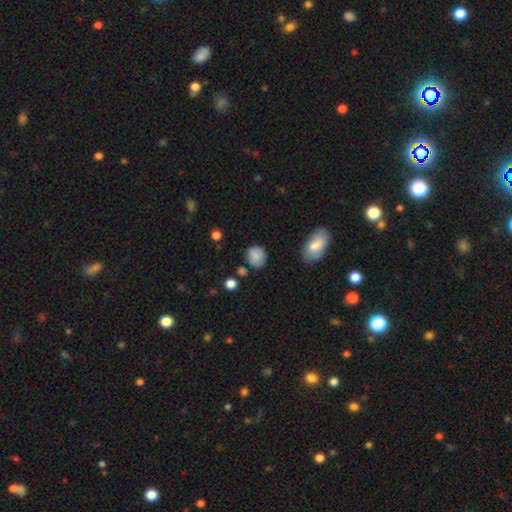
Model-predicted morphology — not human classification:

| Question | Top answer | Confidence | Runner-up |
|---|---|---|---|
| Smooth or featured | smooth | 86% | star or artifact (8%) |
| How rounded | round | 70% | in between (29%) |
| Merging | none | 74% | minor disturbance (18%) |